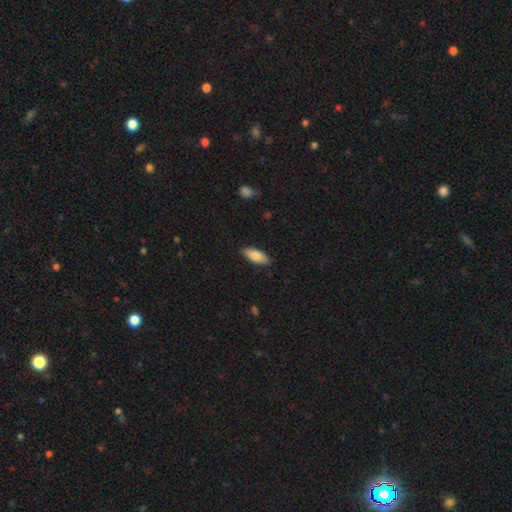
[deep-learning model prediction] The model was most divided on "how rounded": in between: 82%, cigar-shaped: 16%, round: 2%. More confident: merging — none (88%); smooth or featured — smooth (85%).